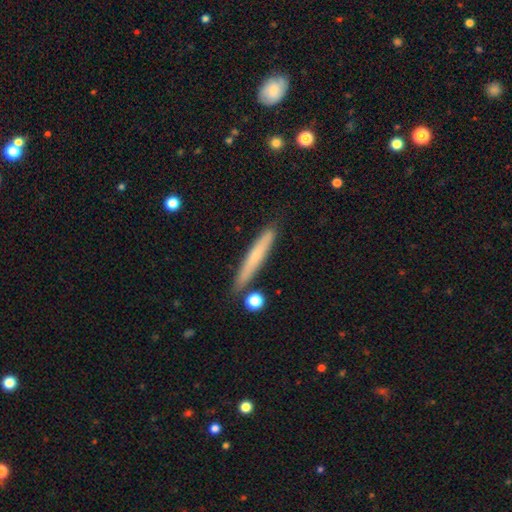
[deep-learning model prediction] This is likely a smooth galaxy (62%). How rounded: clearly cigar-shaped (95%). Merging: clearly none (84%).